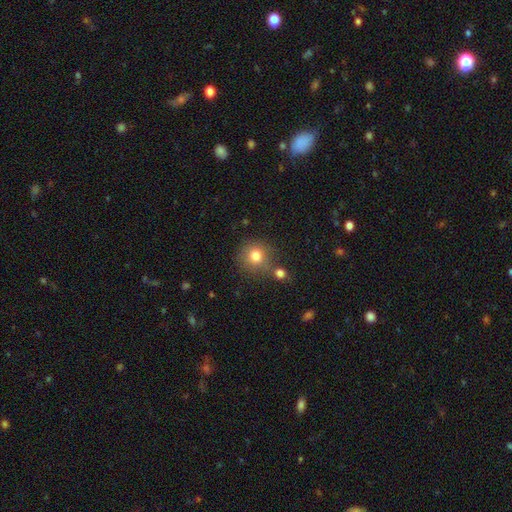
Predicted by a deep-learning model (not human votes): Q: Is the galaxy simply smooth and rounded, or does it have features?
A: smooth — 80%.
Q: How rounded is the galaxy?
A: round — 90%.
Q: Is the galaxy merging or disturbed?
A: none — 69%.